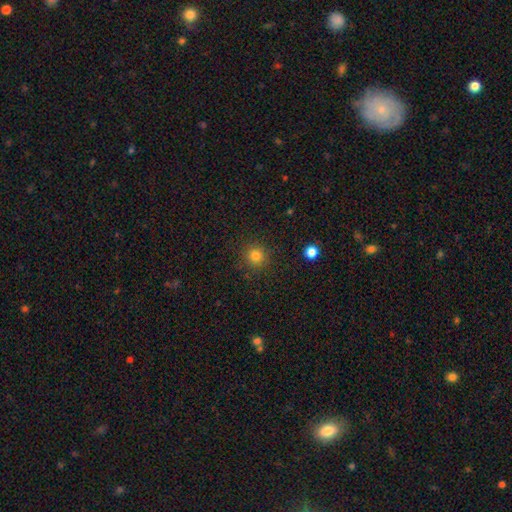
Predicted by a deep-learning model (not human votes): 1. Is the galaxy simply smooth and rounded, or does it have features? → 81% smooth, 13% star or artifact, 5% featured or disk.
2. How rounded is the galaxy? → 93% round, 7% in between, 1% cigar-shaped.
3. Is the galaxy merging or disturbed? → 89% none, 7% minor disturbance, 3% major disturbance, 1% merger.